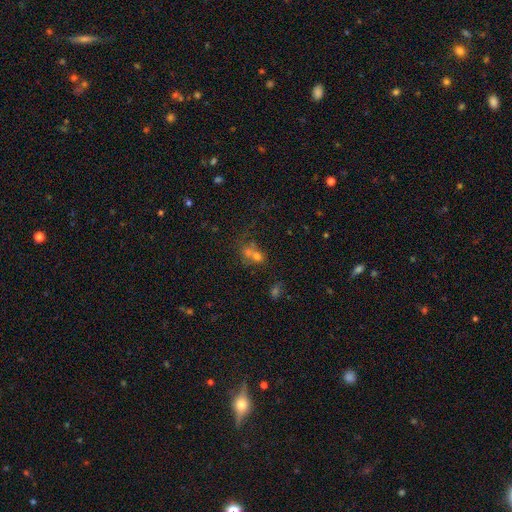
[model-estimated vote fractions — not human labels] The model was most divided on "merging": merger: 54%, none: 32%, minor disturbance: 8%, major disturbance: 6%. More confident: how rounded — round (65%); smooth or featured — smooth (53%).